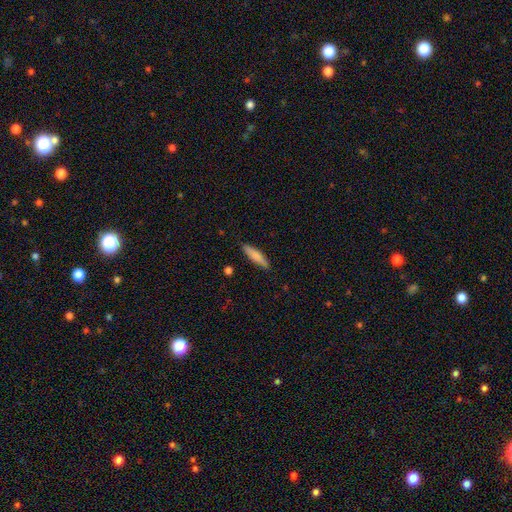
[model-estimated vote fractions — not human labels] smooth-or-featured: smooth: 78% | featured or disk: 16% | star or artifact: 6%
  how-rounded: cigar-shaped: 77% | in between: 22% | round: 2%
  merging: none: 86% | minor disturbance: 11% | major disturbance: 2% | merger: 1%